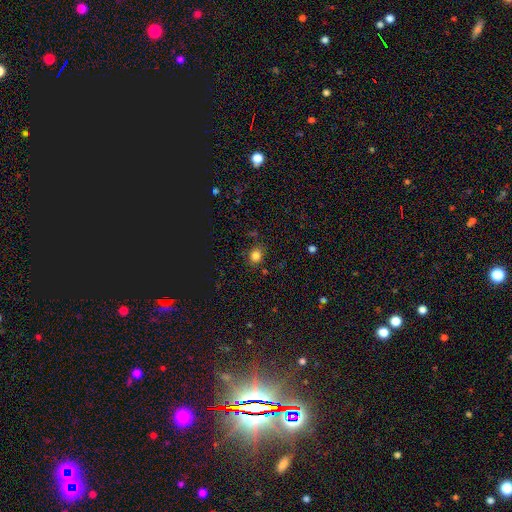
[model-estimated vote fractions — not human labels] Q: Smooth or featured?
A: smooth (80%); runner-up: star or artifact (14%)
Q: How rounded?
A: round (67%); runner-up: in between (32%)
Q: Merging?
A: none (82%); runner-up: minor disturbance (12%)